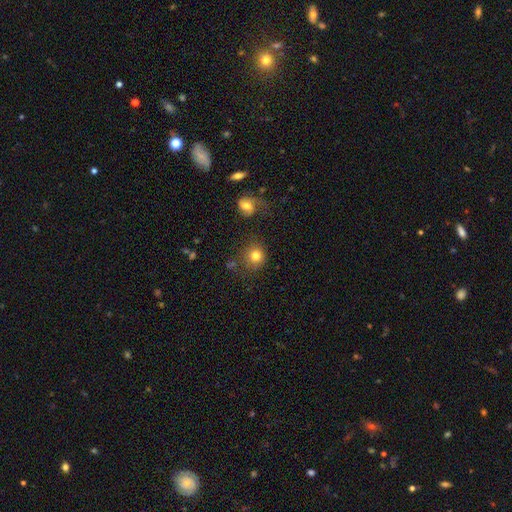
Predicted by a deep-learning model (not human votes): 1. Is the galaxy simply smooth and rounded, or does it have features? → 80% smooth, 10% star or artifact, 10% featured or disk.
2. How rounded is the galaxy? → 87% round, 12% in between, 1% cigar-shaped.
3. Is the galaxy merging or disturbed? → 71% none, 13% minor disturbance, 8% merger, 8% major disturbance.